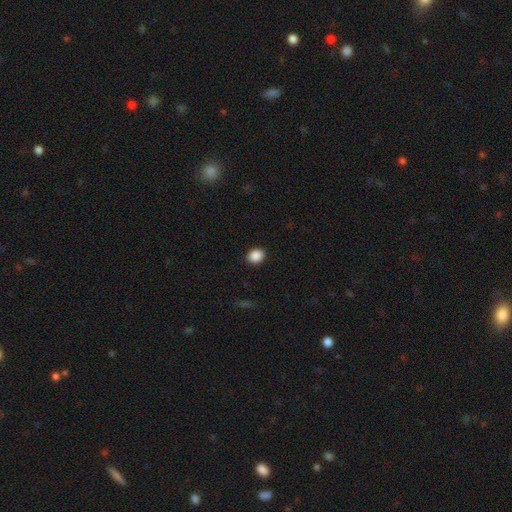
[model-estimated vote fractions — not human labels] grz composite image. It shows a smooth galaxy with no disk features (89%) that is round (54%). Merging: none (91%).